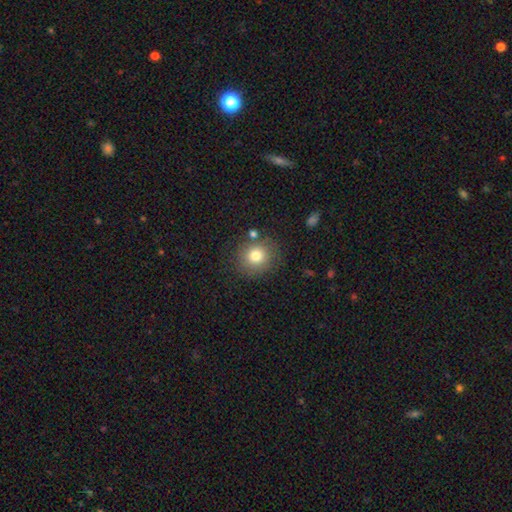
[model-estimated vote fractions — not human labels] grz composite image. It shows a smooth galaxy with no disk features (79%) that is round (86%). Merging: none (80%).